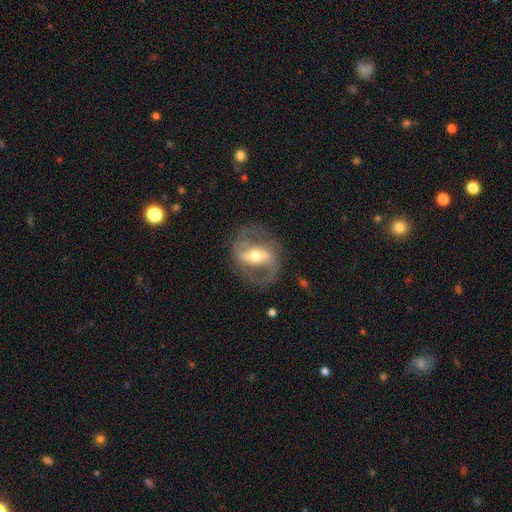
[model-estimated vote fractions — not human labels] smooth_or_featured: featured or disk (p=0.83) [alt: smooth p=0.11]
disk_edge_on: no (p=0.93) [alt: yes p=0.07]
bar: strong (p=0.57) [alt: weak p=0.29]
has_spiral_arms: yes (p=0.82) [alt: no p=0.18]
spiral_winding: medium (p=0.52) [alt: loose p=0.30]
spiral_arm_count: 2 (p=0.88) [alt: can't tell p=0.05]
bulge_size: moderate (p=0.67) [alt: small p=0.21]
merging: none (p=0.75) [alt: minor disturbance p=0.13]